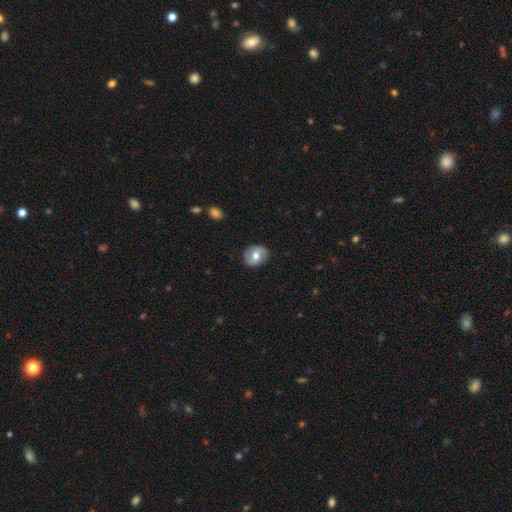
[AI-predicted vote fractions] smooth_or_featured: smooth (p=0.55) [alt: featured or disk p=0.38]
how_rounded: round (p=0.60) [alt: in between p=0.39]
merging: none (p=0.84) [alt: minor disturbance p=0.12]